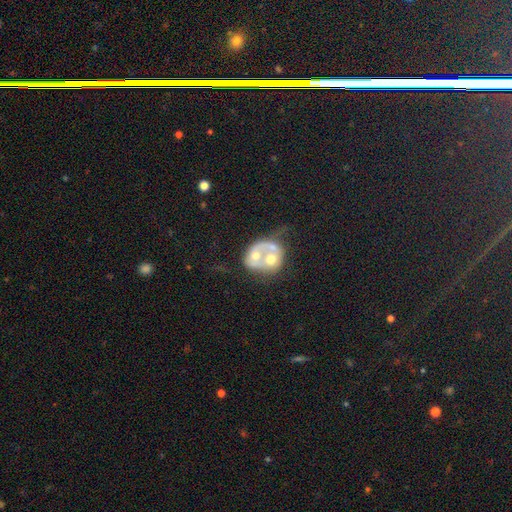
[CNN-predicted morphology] The model was most divided on "smooth or featured": featured or disk: 54%, smooth: 38%, star or artifact: 8%. More confident: edge-on disk — no (97%); bar — no (91%); spiral arms — no (83%); merging — merger (75%); bulge size — moderate (63%).